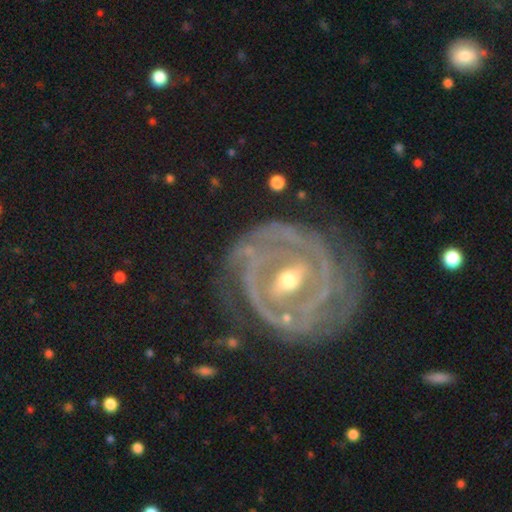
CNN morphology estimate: type=featured or disk (88%); edge-on=no (95%); bar=strong (43%); spiral arms=yes (92%); winding=tight (75%); arm count=2 (34%); bulge=moderate (58%); merging=none (74%).